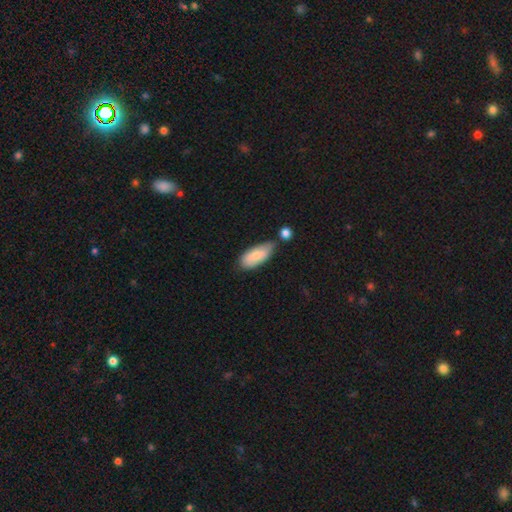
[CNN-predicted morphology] The model was most divided on "merging": none: 53%, minor disturbance: 27%, merger: 15%, major disturbance: 6%. More confident: how rounded — in between (84%); smooth or featured — smooth (79%).